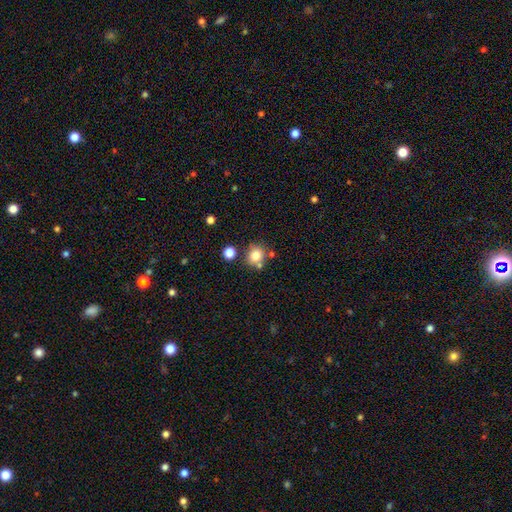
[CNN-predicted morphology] smooth 79%, star or artifact 12%, featured or disk 9%. Down the decision tree: how rounded — round (84%); merging — none (69%).